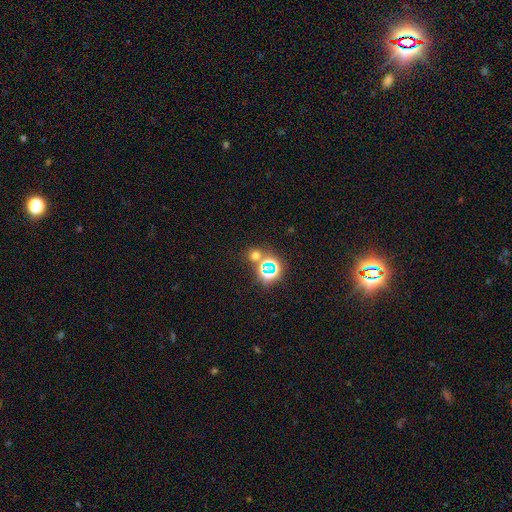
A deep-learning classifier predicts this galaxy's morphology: A smooth galaxy with no disk features (52%) that is round (85%). Merging: none (69%).